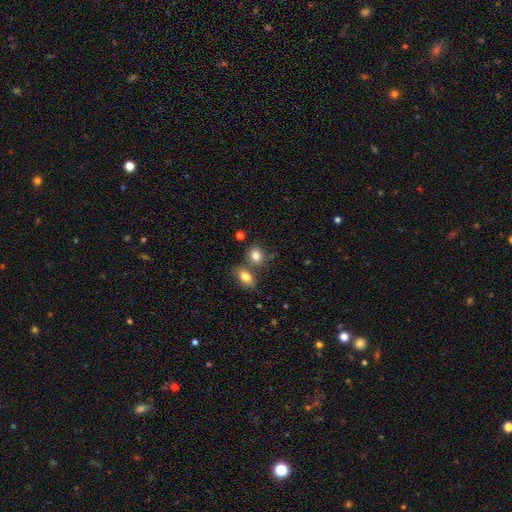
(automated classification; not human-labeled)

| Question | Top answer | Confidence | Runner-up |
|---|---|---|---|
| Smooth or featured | smooth | 82% | star or artifact (9%) |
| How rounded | in between | 51% | round (47%) |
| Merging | none | 52% | merger (31%) |